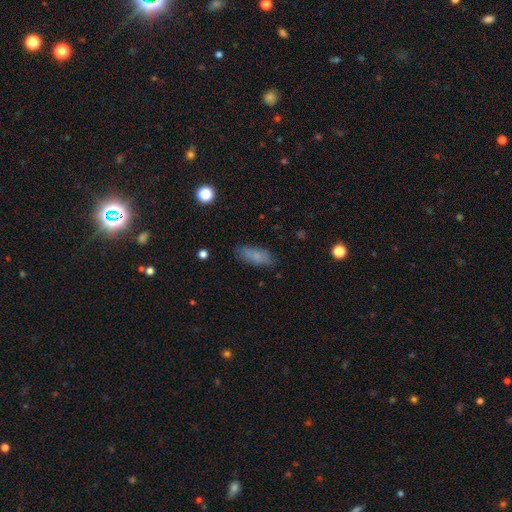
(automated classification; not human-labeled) Morphology: type=smooth (79%); roundness=in between (74%); merging=none (80%).